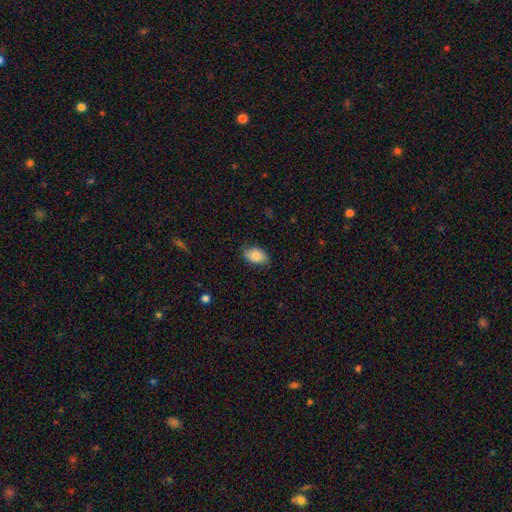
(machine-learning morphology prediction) Smooth or featured: smooth — 84% (featured or disk — 9%)
How rounded: in between — 90% (round — 9%)
Merging: none — 75% (minor disturbance — 20%)